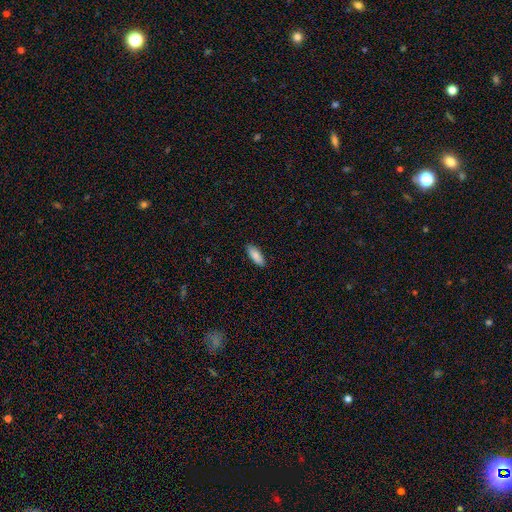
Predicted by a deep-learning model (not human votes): Smooth or featured? smooth (88%)
How rounded? in between (67%)
Merging? none (89%)